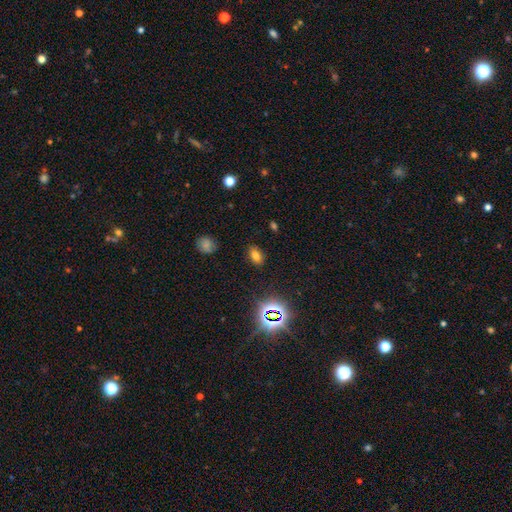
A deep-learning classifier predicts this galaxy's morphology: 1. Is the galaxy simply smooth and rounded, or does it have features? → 69% smooth, 22% star or artifact, 9% featured or disk.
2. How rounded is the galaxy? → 84% in between, 14% round, 2% cigar-shaped.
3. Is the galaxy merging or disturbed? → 85% none, 10% minor disturbance, 3% major disturbance, 2% merger.